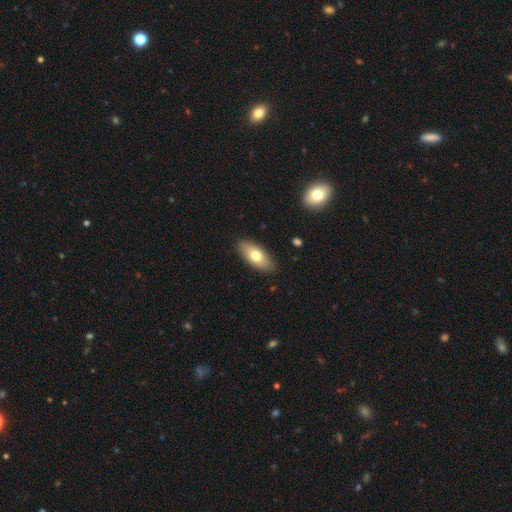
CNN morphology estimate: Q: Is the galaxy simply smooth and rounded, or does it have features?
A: smooth — 70%.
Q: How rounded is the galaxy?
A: in between — 84%.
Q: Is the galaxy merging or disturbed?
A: none — 87%.